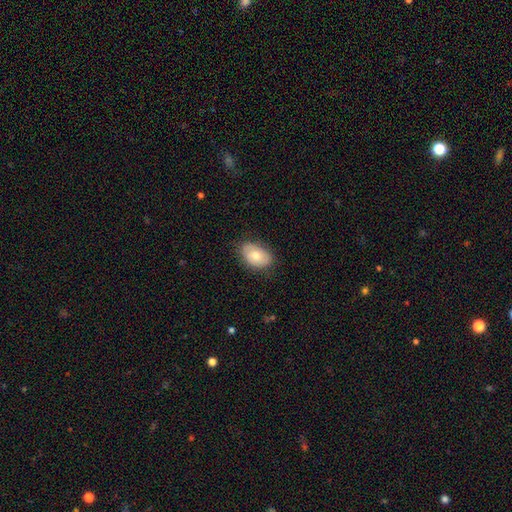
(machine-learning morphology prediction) smooth-or-featured: smooth: 70% | featured or disk: 23% | star or artifact: 7%
  how-rounded: in between: 87% | round: 12% | cigar-shaped: 1%
  merging: none: 77% | minor disturbance: 18% | major disturbance: 4% | merger: 1%